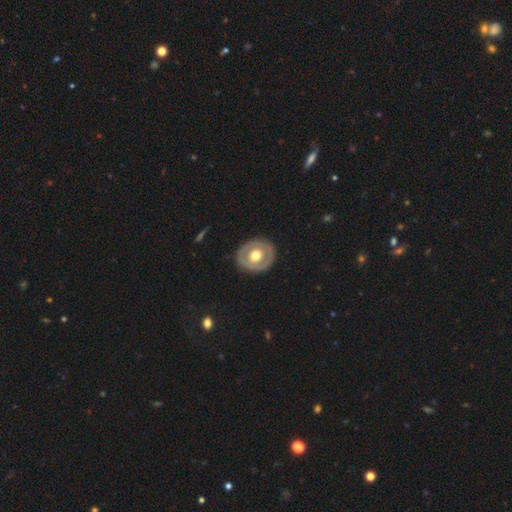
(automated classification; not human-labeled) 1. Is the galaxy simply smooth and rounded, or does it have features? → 53% featured or disk, 43% smooth, 5% star or artifact.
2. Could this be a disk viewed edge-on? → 94% no, 6% yes.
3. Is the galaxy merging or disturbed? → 85% none, 10% minor disturbance, 3% major disturbance, 1% merger.